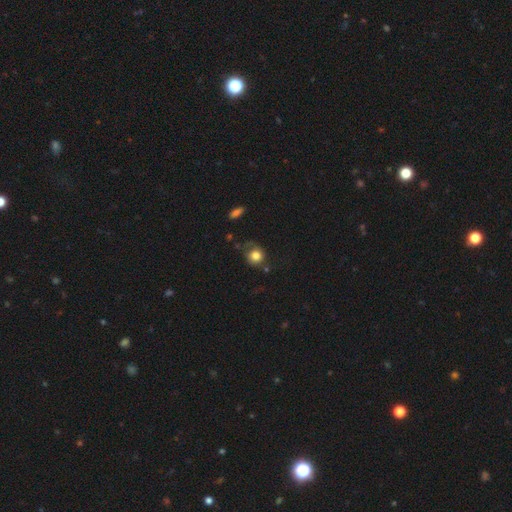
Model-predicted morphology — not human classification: Q: Smooth or featured?
A: smooth (78%); runner-up: featured or disk (12%)
Q: How rounded?
A: round (83%); runner-up: in between (16%)
Q: Merging?
A: none (56%); runner-up: minor disturbance (25%)